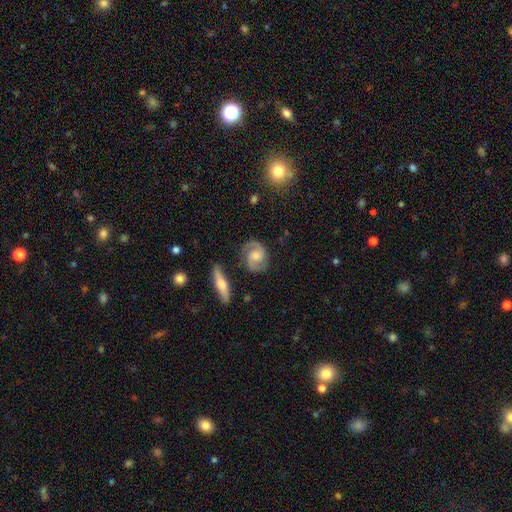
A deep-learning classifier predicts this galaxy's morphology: Smooth or featured: featured or disk — 82% (smooth — 13%)
Edge-on disk: no — 96% (yes — 4%)
Bar: no — 55% (weak — 37%)
Spiral arms: yes — 96% (no — 4%)
Spiral winding: medium — 53% (tight — 31%)
Spiral arm count: 2 — 91% (can't tell — 4%)
Bulge size: moderate — 54% (small — 22%)
Merging: none — 78% (minor disturbance — 14%)